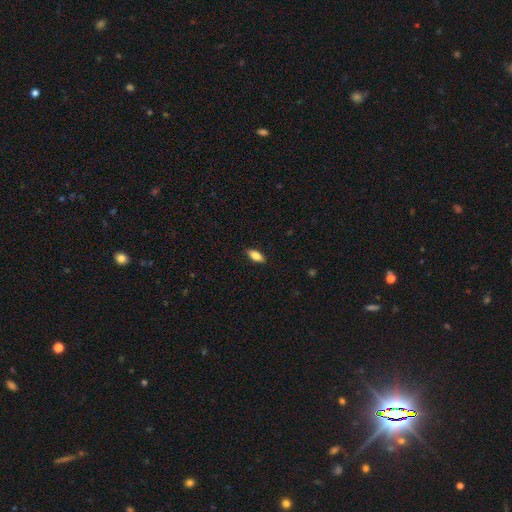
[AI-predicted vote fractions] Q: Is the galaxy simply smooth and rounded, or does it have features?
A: smooth — 77%.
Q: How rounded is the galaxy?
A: in between — 82%.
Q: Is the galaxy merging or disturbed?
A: none — 88%.